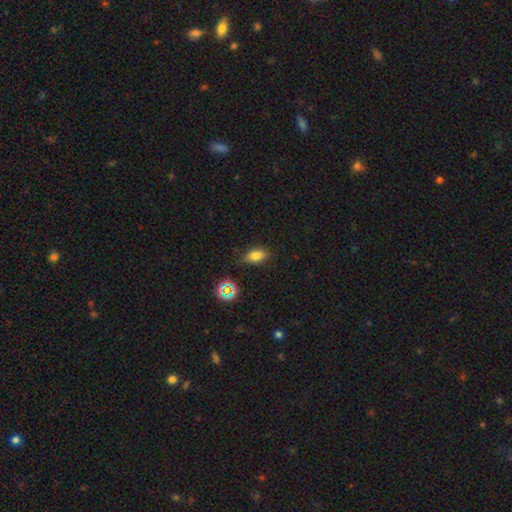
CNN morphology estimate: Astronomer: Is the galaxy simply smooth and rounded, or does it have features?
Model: smooth — 75%.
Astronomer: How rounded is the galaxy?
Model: in between — 82%.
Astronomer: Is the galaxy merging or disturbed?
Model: none — 79%.